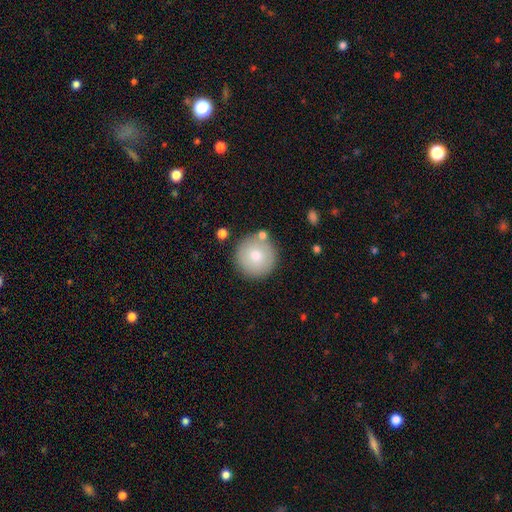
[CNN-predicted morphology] Q: Smooth or featured?
A: smooth (75%); runner-up: featured or disk (17%)
Q: How rounded?
A: round (96%); runner-up: in between (3%)
Q: Merging?
A: none (83%); runner-up: minor disturbance (9%)